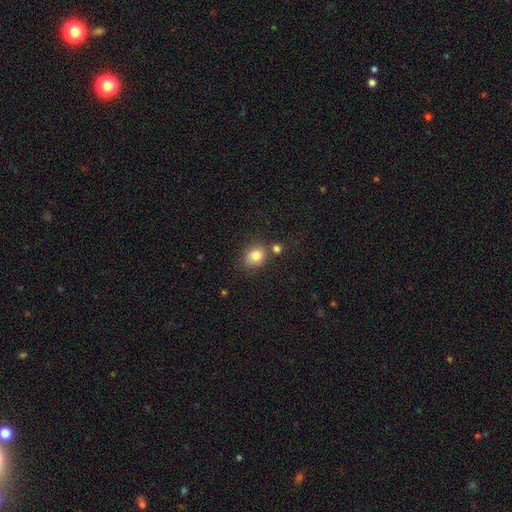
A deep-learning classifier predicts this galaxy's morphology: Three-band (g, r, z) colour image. It shows a smooth galaxy with no disk features (83%) that is round (53%). Merging: none (65%).